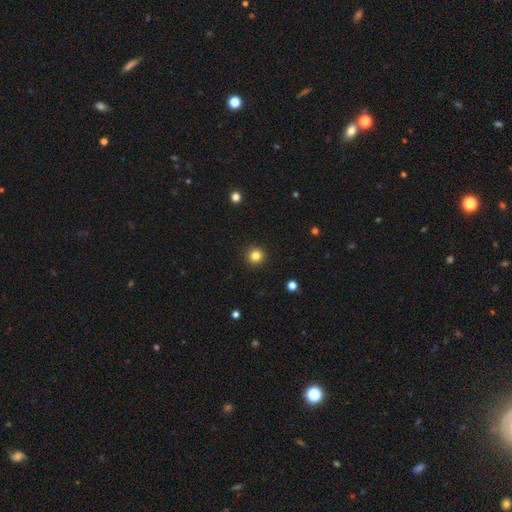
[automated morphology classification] Q: Smooth or featured?
A: smooth (82%); runner-up: star or artifact (12%)
Q: How rounded?
A: round (95%); runner-up: in between (4%)
Q: Merging?
A: none (93%); runner-up: minor disturbance (5%)